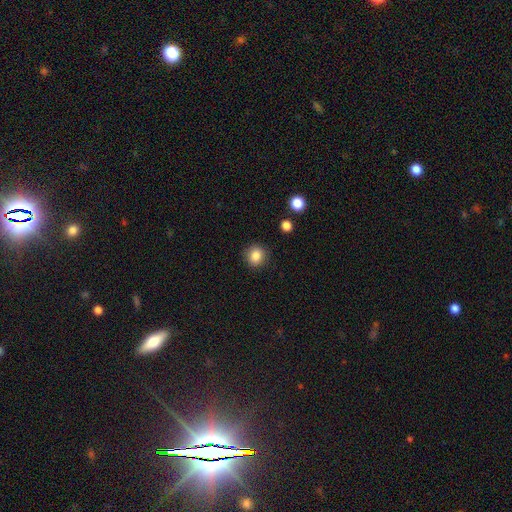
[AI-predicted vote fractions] A smooth galaxy with no disk features (85%) that is round (85%).

Vote fractions:
- Smooth or featured? smooth: 85% / star or artifact: 10% / featured or disk: 5%
- How rounded? round: 85% / in between: 14% / cigar-shaped: 1%
- Merging? none: 88% / minor disturbance: 8% / major disturbance: 2% / merger: 1%